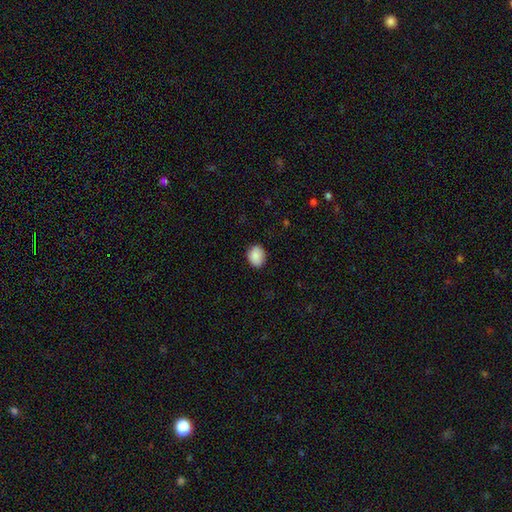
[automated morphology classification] Smooth or featured? smooth (89%)
How rounded? in between (51%)
Merging? none (85%)